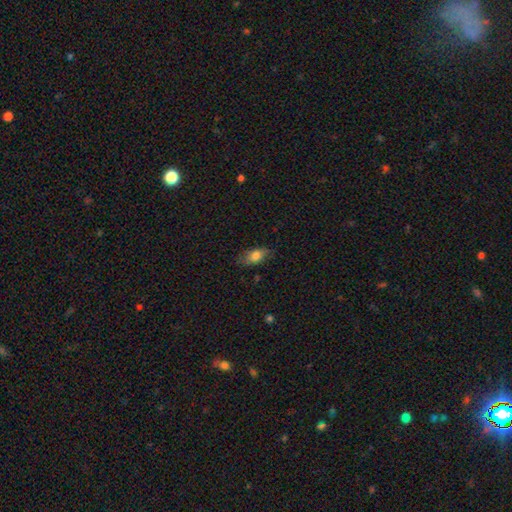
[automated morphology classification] smooth-or-featured: smooth: 75% | featured or disk: 17% | star or artifact: 8%
  how-rounded: in between: 85% | cigar-shaped: 9% | round: 6%
  merging: none: 74% | minor disturbance: 20% | major disturbance: 5% | merger: 1%